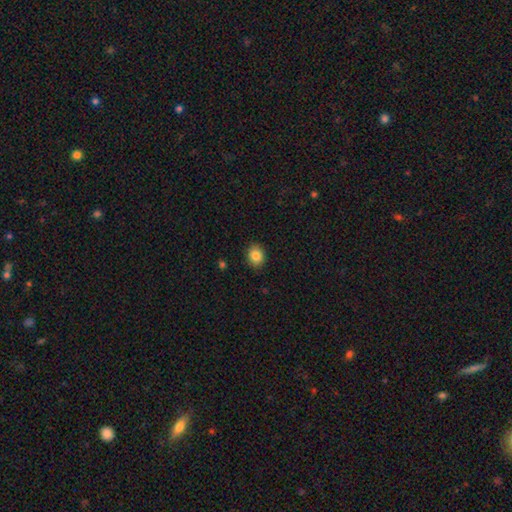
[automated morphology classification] type=smooth (85%); roundness=round (56%); merging=none (89%).